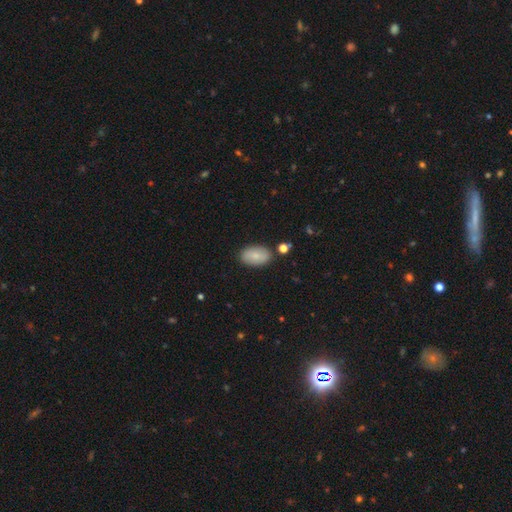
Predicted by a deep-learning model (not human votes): This appears to be a smooth galaxy with no disk features (79%) that is in between round and cigar-shaped (93%). Merging: none (85%).